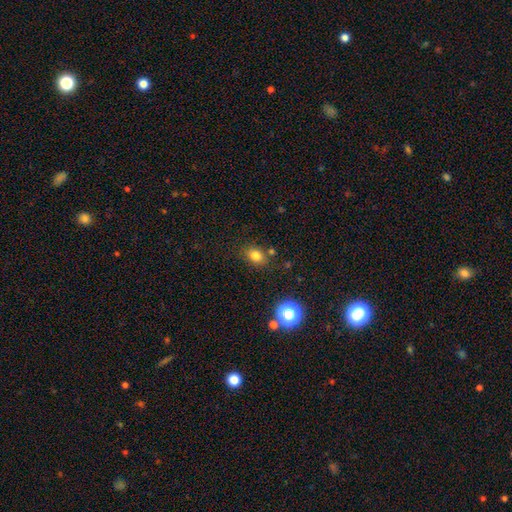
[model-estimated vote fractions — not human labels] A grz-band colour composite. It shows a smooth galaxy with no disk features (79%) that is in between round and cigar-shaped (61%). Merging: none (77%).